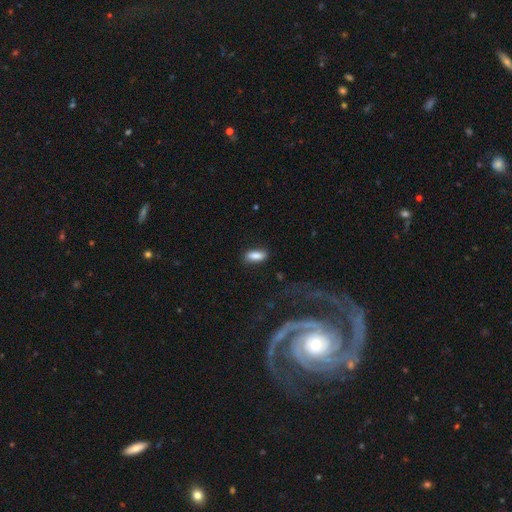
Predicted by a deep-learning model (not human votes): smooth 85%, featured or disk 8%, star or artifact 7%. Down the decision tree: how rounded — in between (74%); merging — none (83%).